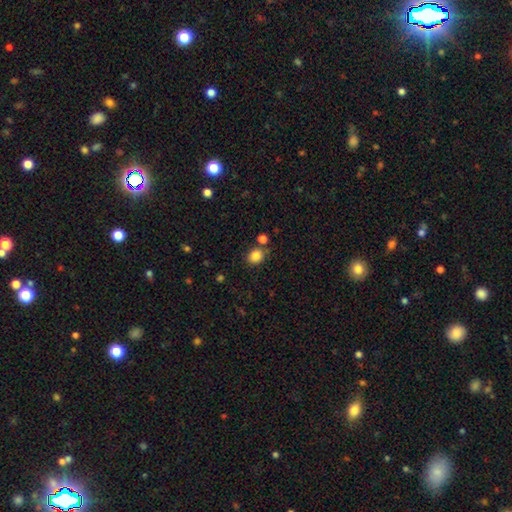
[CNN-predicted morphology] Smooth or featured? smooth (85%)
How rounded? round (66%)
Merging? none (75%)